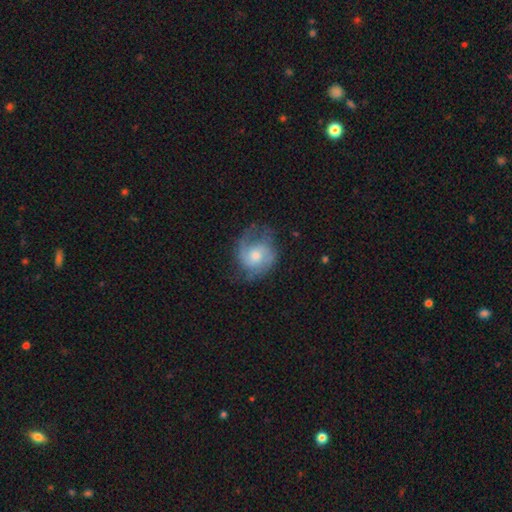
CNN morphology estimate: smooth_or_featured: featured or disk (p=0.74) [alt: smooth p=0.20]
disk_edge_on: no (p=0.98) [alt: yes p=0.02]
bar: no (p=0.66) [alt: weak p=0.30]
has_spiral_arms: yes (p=0.93) [alt: no p=0.07]
spiral_winding: medium (p=0.49) [alt: tight p=0.29]
spiral_arm_count: 2 (p=0.73) [alt: can't tell p=0.11]
bulge_size: moderate (p=0.58) [alt: small p=0.28]
merging: none (p=0.61) [alt: minor disturbance p=0.24]